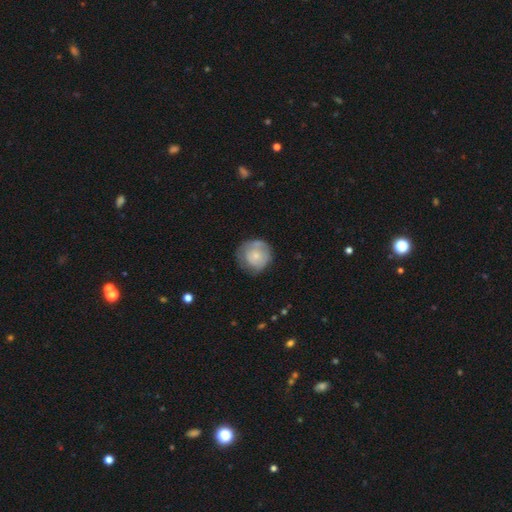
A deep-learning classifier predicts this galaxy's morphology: type=smooth (61%); roundness=round (89%); merging=none (61%).